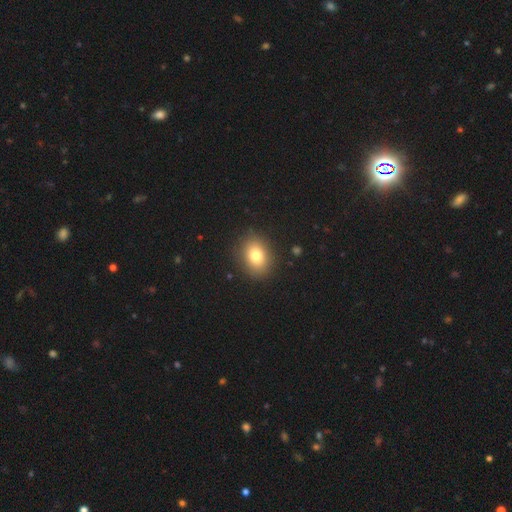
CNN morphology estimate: This is likely a smooth galaxy (80%). How rounded: possibly in between (58%). Merging: clearly none (88%).